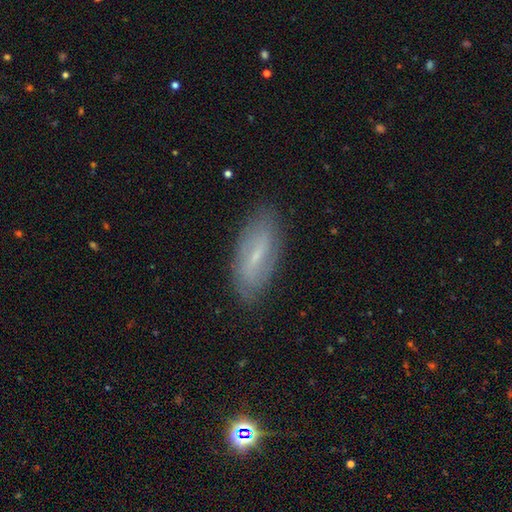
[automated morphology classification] Smooth or featured? featured or disk (57%)
Edge-on disk? no (82%)
Merging? none (82%)